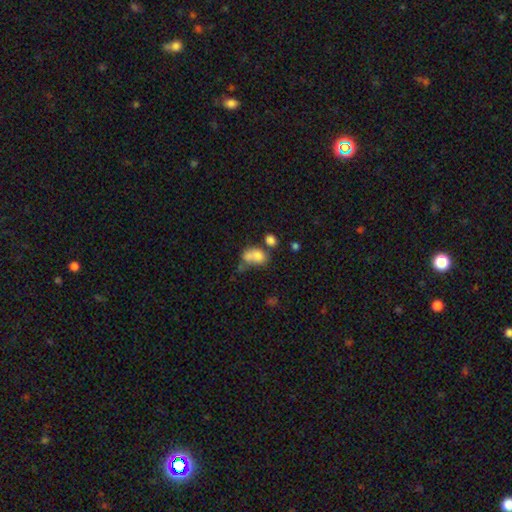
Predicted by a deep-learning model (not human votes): This is likely a smooth galaxy (72%). How rounded: likely in between (67%). Merging: possibly merger (51%).